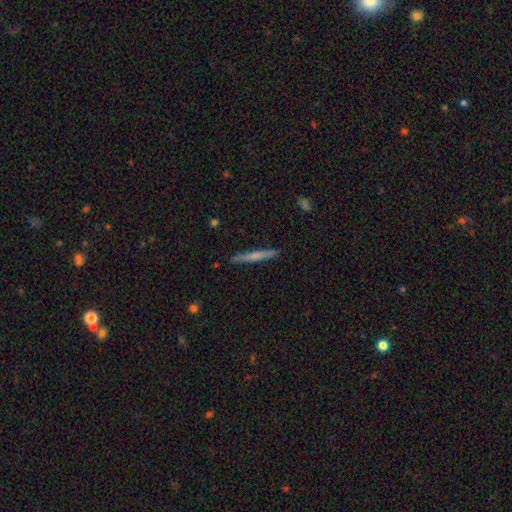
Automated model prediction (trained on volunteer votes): This is possibly a smooth galaxy (50%). Merging: clearly none (91%).